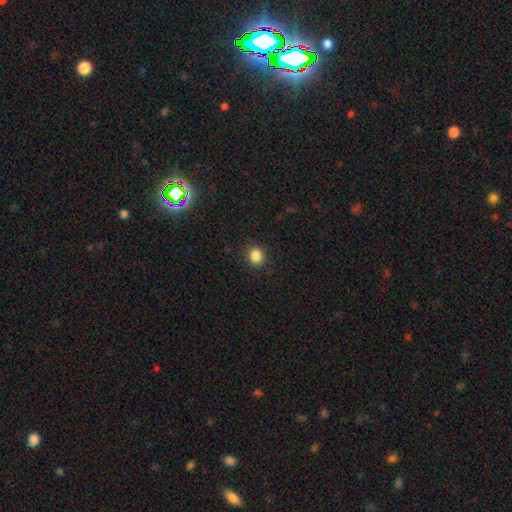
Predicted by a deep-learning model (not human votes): Morphology: type=smooth (86%); roundness=round (77%); merging=none (89%).